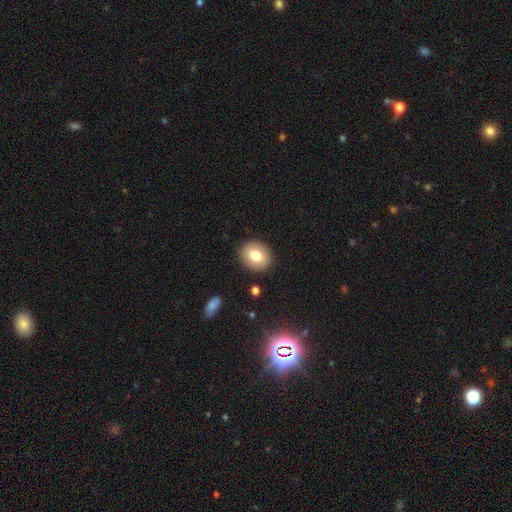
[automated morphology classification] type=smooth (78%); roundness=round (65%); merging=none (89%).